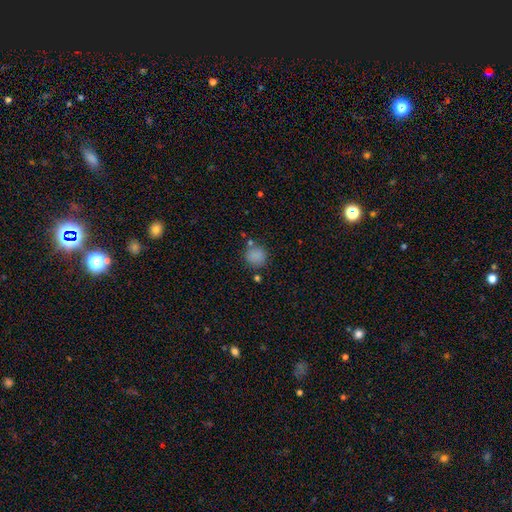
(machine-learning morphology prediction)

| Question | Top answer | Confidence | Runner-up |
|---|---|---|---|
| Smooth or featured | smooth | 84% | star or artifact (12%) |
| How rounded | round | 87% | in between (12%) |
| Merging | none | 75% | minor disturbance (13%) |